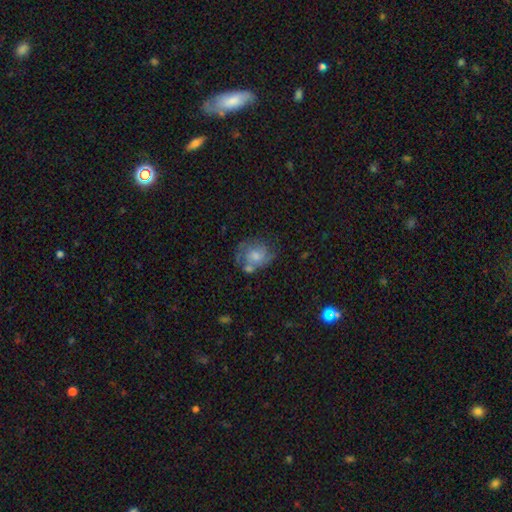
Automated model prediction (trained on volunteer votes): featured or disk 51%, smooth 40%, star or artifact 8%. Down the decision tree: edge-on disk — no (97%); merging — none (44%).